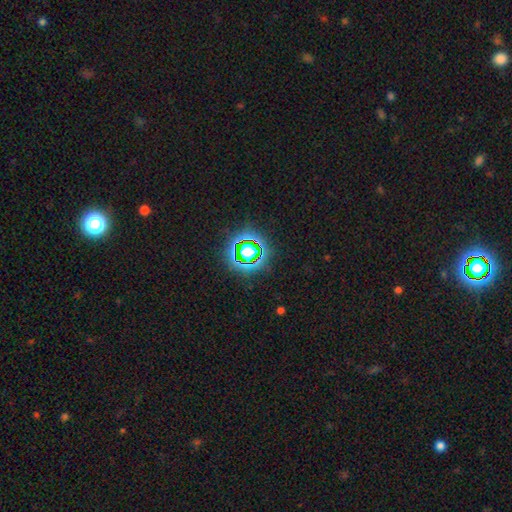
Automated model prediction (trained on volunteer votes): Smooth or featured? Predicted: star or artifact (p=0.72).